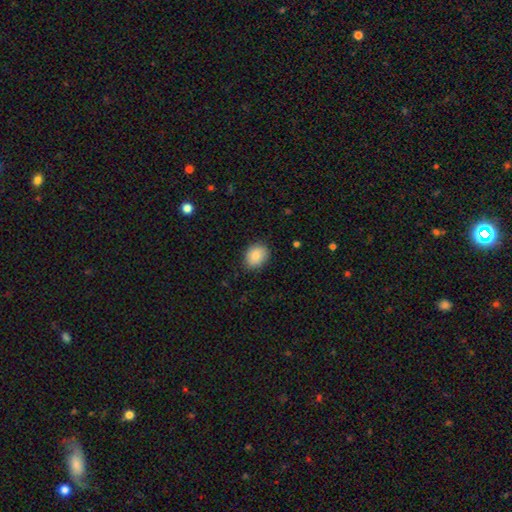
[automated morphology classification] Smooth or featured: smooth — 87% (star or artifact — 8%)
How rounded: in between — 51% (round — 48%)
Merging: none — 85% (minor disturbance — 12%)